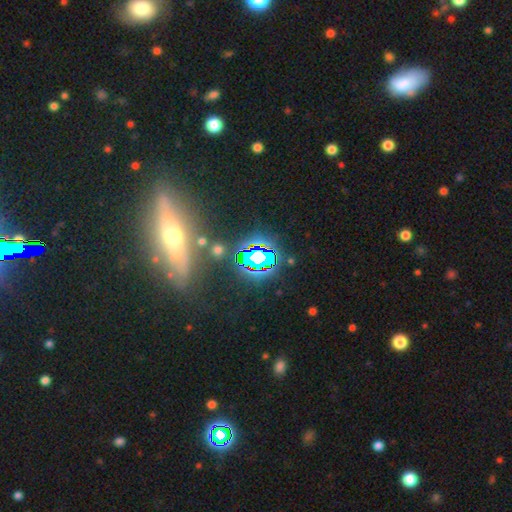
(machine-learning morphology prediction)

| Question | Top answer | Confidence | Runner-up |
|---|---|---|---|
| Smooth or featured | star or artifact | 67% | smooth (19%) |